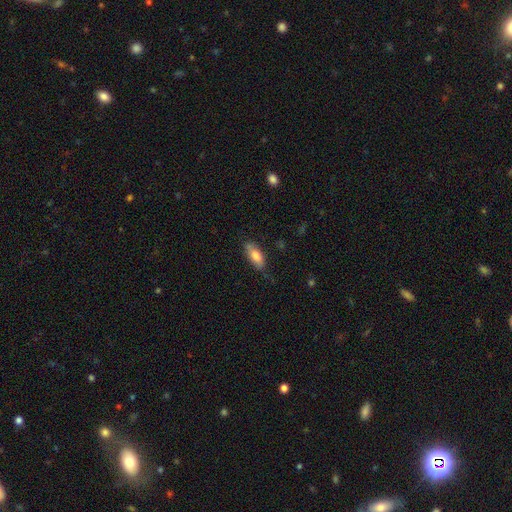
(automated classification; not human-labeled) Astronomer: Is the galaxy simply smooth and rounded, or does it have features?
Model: smooth — 79%.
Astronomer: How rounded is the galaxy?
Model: in between — 78%.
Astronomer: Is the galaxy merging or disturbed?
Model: none — 72%.